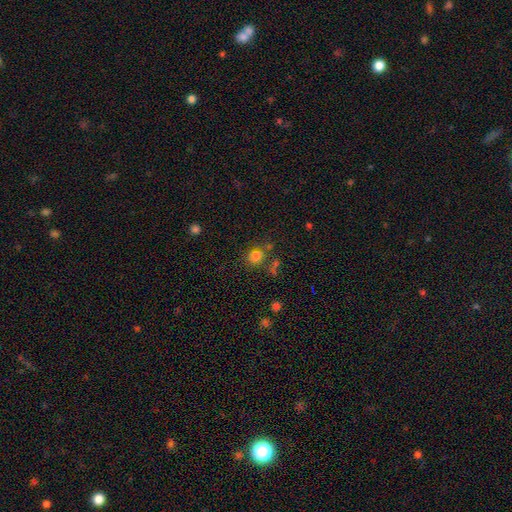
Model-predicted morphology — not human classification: A smooth galaxy with no disk features (77%) that is round (77%).

Vote fractions:
- Smooth or featured? smooth: 77% / star or artifact: 17% / featured or disk: 6%
- How rounded? round: 77% / in between: 22% / cigar-shaped: 1%
- Merging? none: 67% / minor disturbance: 14% / merger: 13% / major disturbance: 6%